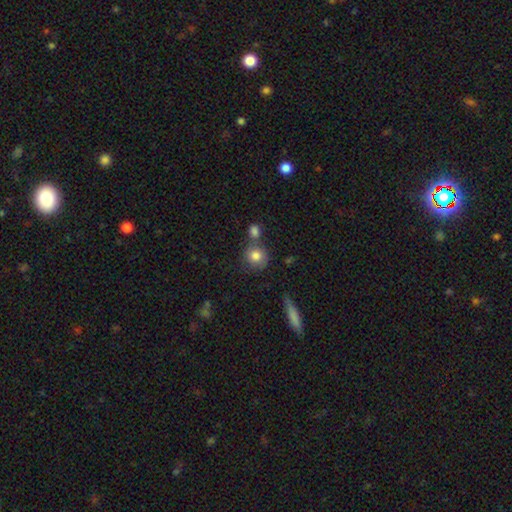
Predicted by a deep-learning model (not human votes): smooth 81%, featured or disk 10%, star or artifact 9%. Down the decision tree: how rounded — round (86%); merging — none (58%).